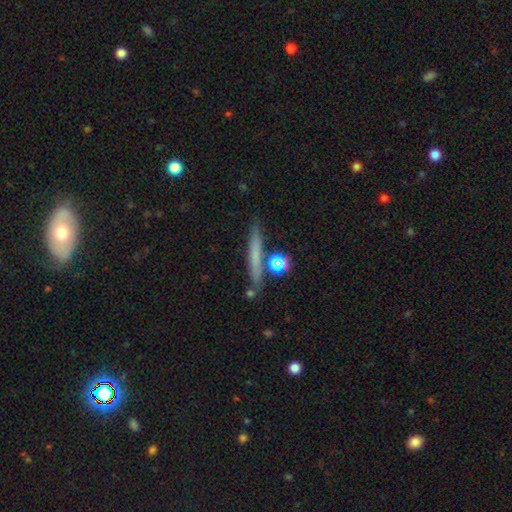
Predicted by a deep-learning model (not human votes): This appears to be a smooth galaxy with no disk features (60%) that is cigar-shaped (92%). Merging: none (81%).